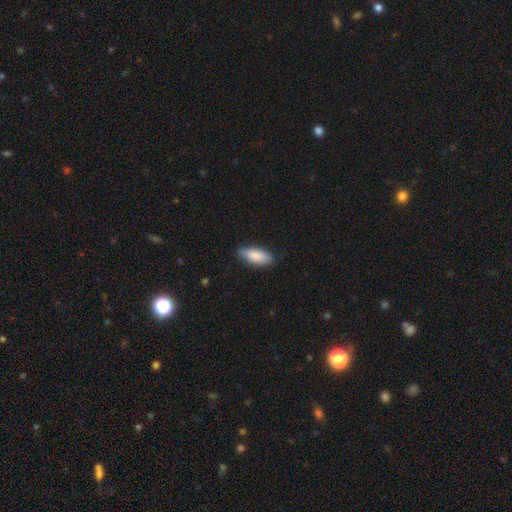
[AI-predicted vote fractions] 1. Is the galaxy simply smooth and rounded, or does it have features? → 85% smooth, 9% featured or disk, 5% star or artifact.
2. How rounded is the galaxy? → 78% in between, 20% cigar-shaped, 2% round.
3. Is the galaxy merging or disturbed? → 78% none, 18% minor disturbance, 3% major disturbance, 1% merger.